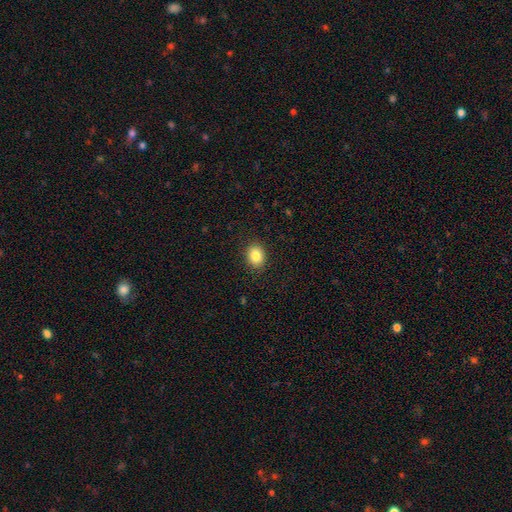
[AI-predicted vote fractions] Morphology: type=smooth (85%); roundness=in between (53%); merging=none (89%).